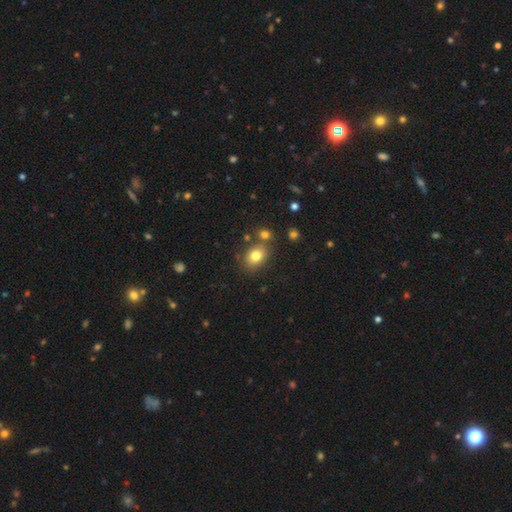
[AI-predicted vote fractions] This appears to be a smooth galaxy with no disk features (79%) that is in between round and cigar-shaped (63%). Merging: none (72%).